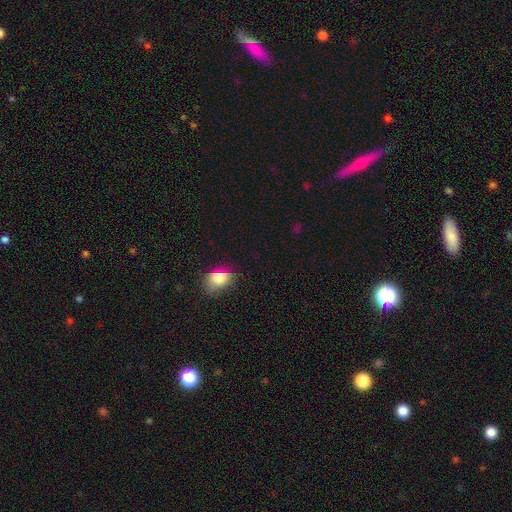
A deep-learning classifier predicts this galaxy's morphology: This appears to be a smooth galaxy with no disk features (54%) that is round (55%). Merging: none (77%).